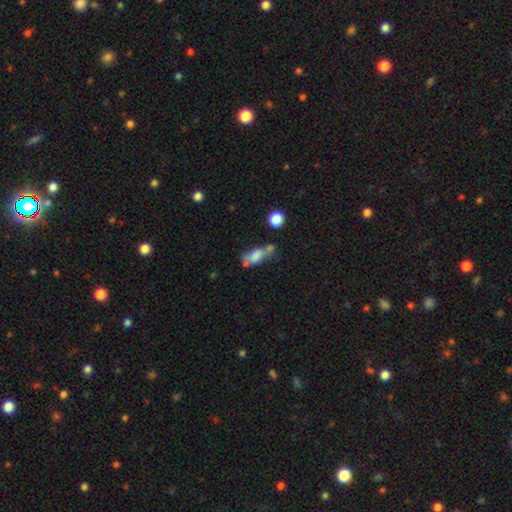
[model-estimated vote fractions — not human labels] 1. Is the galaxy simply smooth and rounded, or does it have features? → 61% smooth, 28% featured or disk, 11% star or artifact.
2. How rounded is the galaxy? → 73% in between, 21% cigar-shaped, 6% round.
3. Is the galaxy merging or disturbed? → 36% none, 31% merger, 20% minor disturbance, 14% major disturbance.